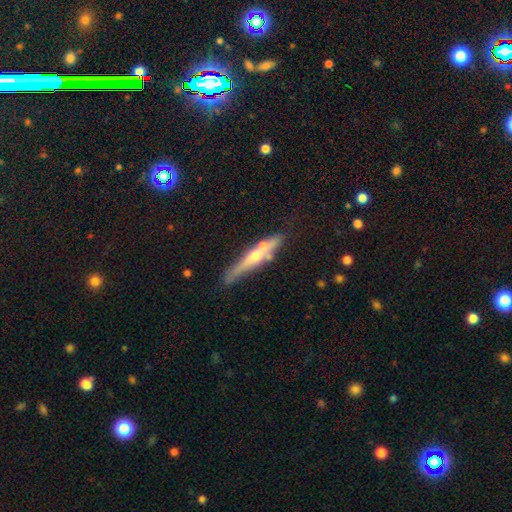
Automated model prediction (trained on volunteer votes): smooth-or-featured: featured or disk: 62% | smooth: 31% | star or artifact: 7%
  disk-edge-on: yes: 91% | no: 9%
    edge-on-bulge: rounded: 78% | none: 16% | boxy: 7%
  merging: none: 67% | minor disturbance: 17% | merger: 11% | major disturbance: 4%